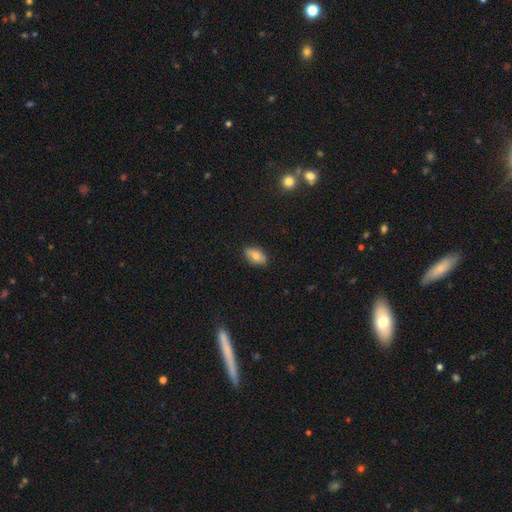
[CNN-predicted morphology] A smooth galaxy with no disk features (69%) that is in between round and cigar-shaped (88%).

Vote fractions:
- Smooth or featured? smooth: 69% / featured or disk: 23% / star or artifact: 8%
- How rounded? in between: 88% / round: 8% / cigar-shaped: 3%
- Merging? none: 86% / minor disturbance: 11% / major disturbance: 2% / merger: 1%